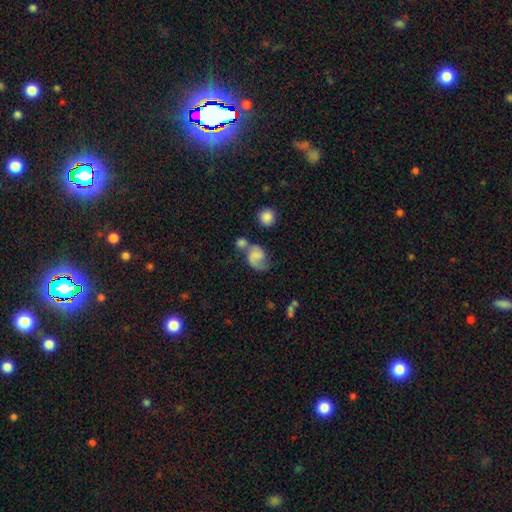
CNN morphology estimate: This is possibly a smooth galaxy (50%). Merging: marginally none (33%).